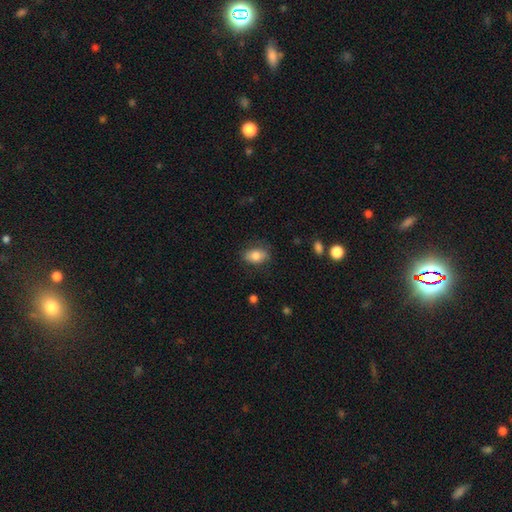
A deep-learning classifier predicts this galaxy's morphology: This is likely a smooth galaxy (79%). How rounded: clearly in between (87%). Merging: likely none (80%).